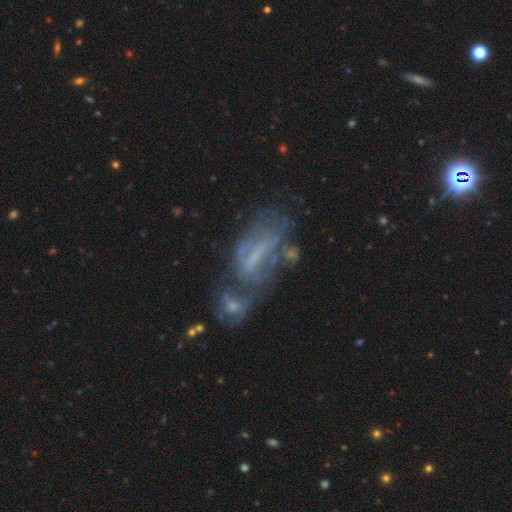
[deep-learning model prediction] Q: Smooth or featured?
A: featured or disk (62%); runner-up: smooth (23%)
Q: Edge-on disk?
A: no (87%); runner-up: yes (13%)
Q: Bar?
A: strong (37%); tied with: weak (37%)
Q: Spiral arms?
A: no (51%); runner-up: yes (49%)
Q: Bulge size?
A: none (46%); runner-up: small (34%)
Q: Merging?
A: merger (40%); runner-up: none (26%)